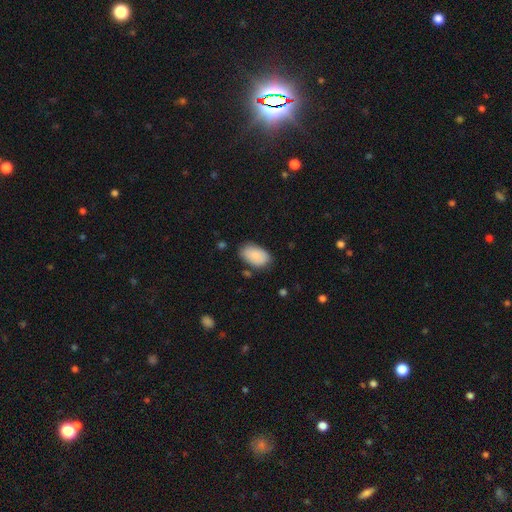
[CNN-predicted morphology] smooth_or_featured: smooth (p=0.88) [alt: star or artifact p=0.06]
how_rounded: in between (p=0.94) [alt: round p=0.05]
merging: none (p=0.76) [alt: minor disturbance p=0.18]